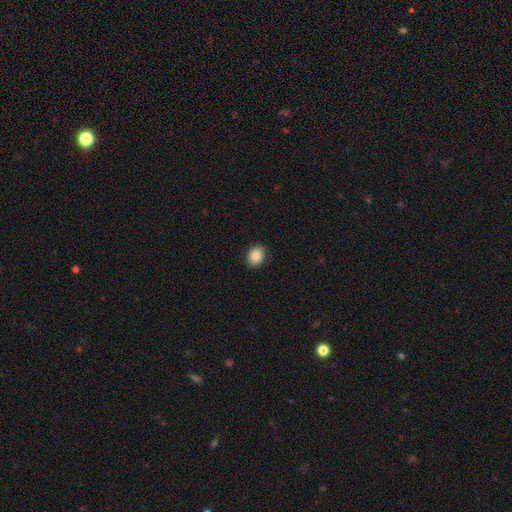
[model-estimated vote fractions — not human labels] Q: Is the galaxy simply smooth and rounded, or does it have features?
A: smooth — 87%.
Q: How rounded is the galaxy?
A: in between — 55%.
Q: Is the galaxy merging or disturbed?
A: none — 89%.